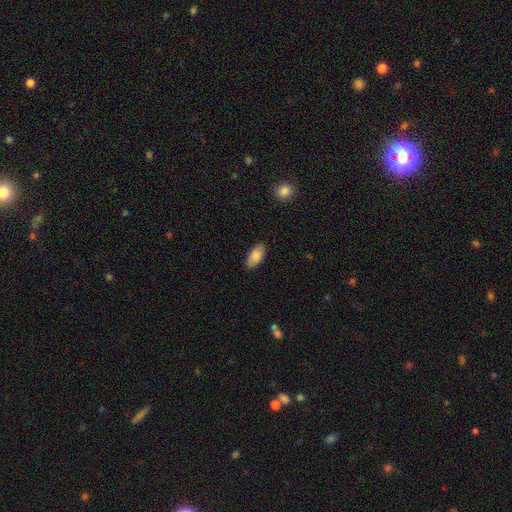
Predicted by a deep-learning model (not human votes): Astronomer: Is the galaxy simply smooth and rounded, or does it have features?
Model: smooth — 85%.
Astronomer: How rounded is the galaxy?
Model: in between — 93%.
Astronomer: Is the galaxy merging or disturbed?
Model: none — 86%.